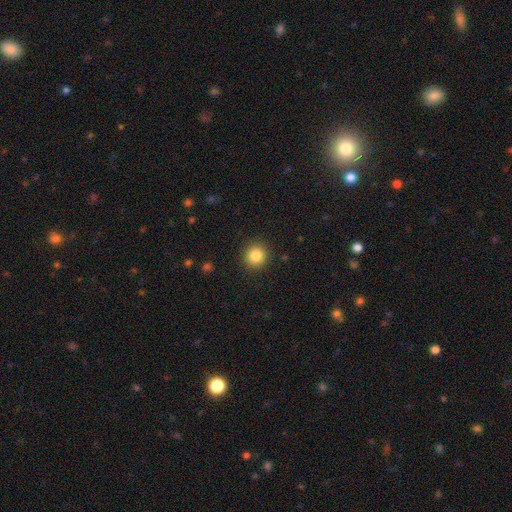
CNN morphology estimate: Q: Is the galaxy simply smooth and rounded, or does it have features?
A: smooth — 84%.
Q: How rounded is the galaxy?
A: round — 91%.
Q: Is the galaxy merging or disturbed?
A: none — 91%.